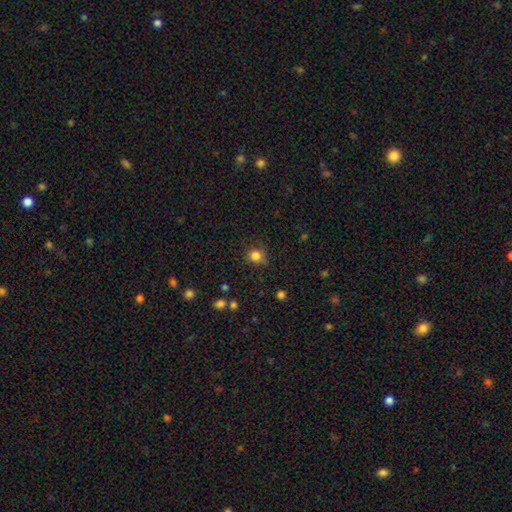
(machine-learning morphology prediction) A smooth galaxy with no disk features (83%) that is round (86%).

Vote fractions:
- Smooth or featured? smooth: 83% / star or artifact: 13% / featured or disk: 5%
- How rounded? round: 86% / in between: 13% / cigar-shaped: 1%
- Merging? none: 74% / minor disturbance: 19% / major disturbance: 5% / merger: 2%